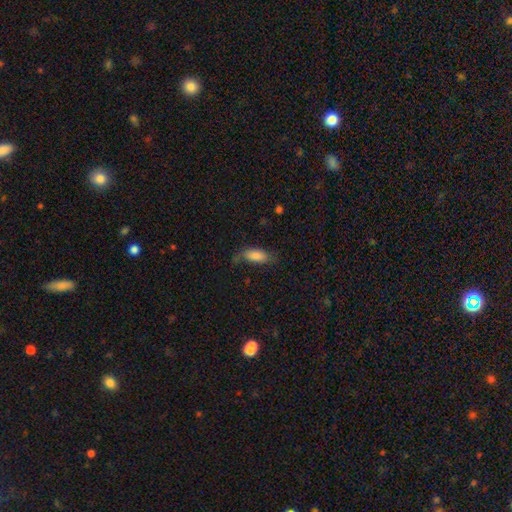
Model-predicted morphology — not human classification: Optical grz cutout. It shows a smooth galaxy with no disk features (80%) that is in between round and cigar-shaped (84%). Merging: none (53%).